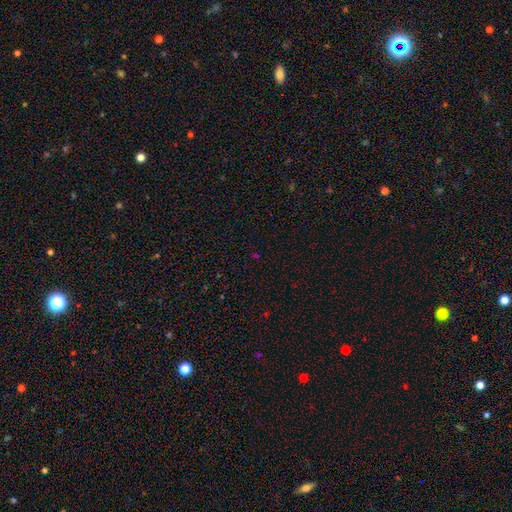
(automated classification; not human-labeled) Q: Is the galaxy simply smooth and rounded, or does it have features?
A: star or artifact — 62%.